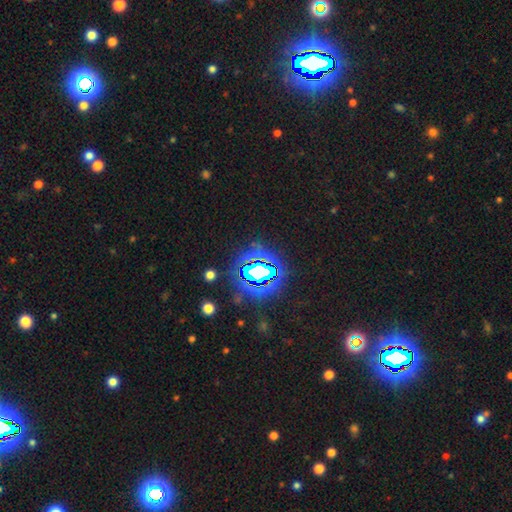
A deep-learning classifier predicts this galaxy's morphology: Smooth or featured: star or artifact — 84% (smooth — 9%)